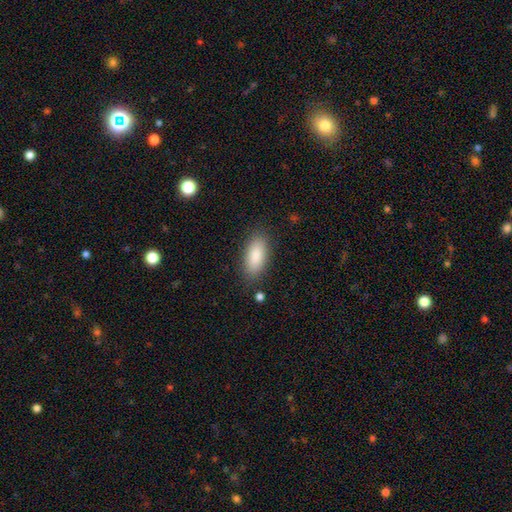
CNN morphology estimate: The model was most divided on "how rounded": in between: 84%, cigar-shaped: 14%, round: 2%. More confident: smooth or featured — smooth (87%); merging — none (84%).